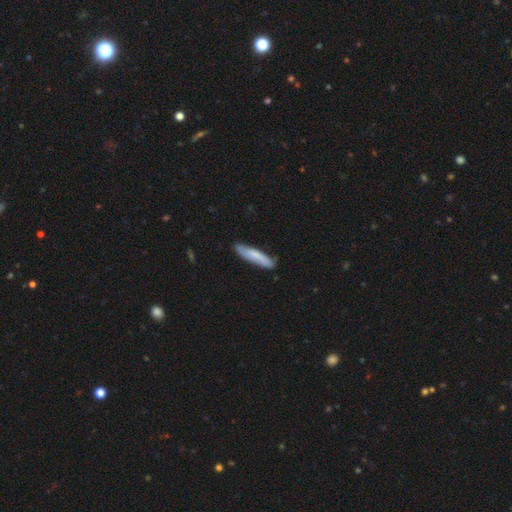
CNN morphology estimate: A smooth galaxy with no disk features (69%) that is cigar-shaped (83%).

Vote fractions:
- Smooth or featured? smooth: 69% / featured or disk: 25% / star or artifact: 6%
- How rounded? cigar-shaped: 83% / in between: 16% / round: 1%
- Merging? none: 80% / minor disturbance: 16% / major disturbance: 3% / merger: 2%